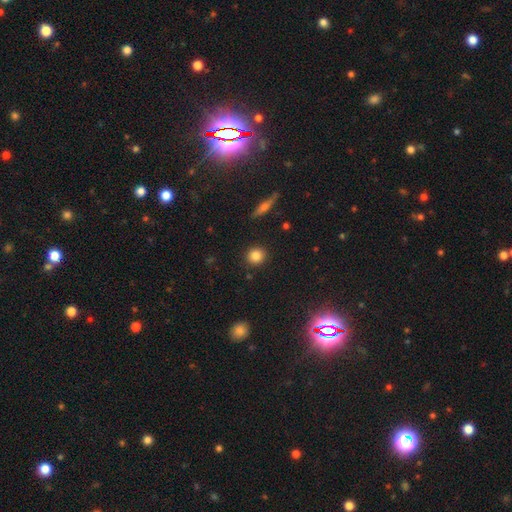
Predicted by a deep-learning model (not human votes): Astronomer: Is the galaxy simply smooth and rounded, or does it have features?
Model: smooth — 84%.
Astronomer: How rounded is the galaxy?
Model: round — 90%.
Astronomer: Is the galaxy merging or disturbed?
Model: none — 90%.